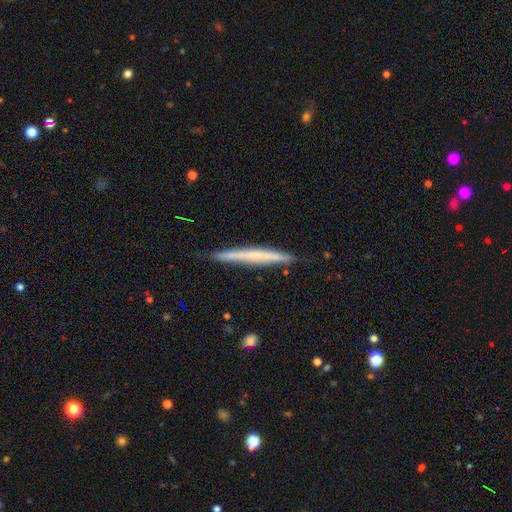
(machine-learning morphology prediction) Smooth or featured? smooth (48%)
Merging? none (86%)